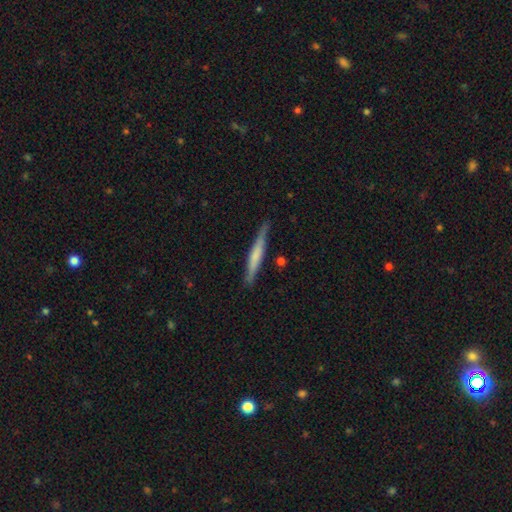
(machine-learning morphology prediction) smooth-or-featured: smooth: 50% | featured or disk: 45% | star or artifact: 5%
  merging: none: 83% | minor disturbance: 13% | major disturbance: 2% | merger: 2%